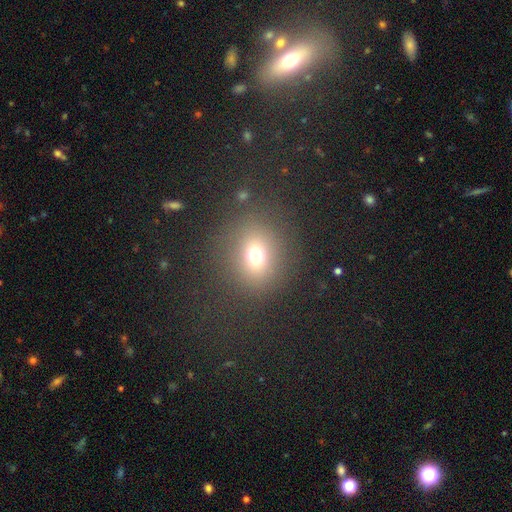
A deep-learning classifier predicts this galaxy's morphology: A smooth galaxy with no disk features (68%) that is round (77%).

Vote fractions:
- Smooth or featured? smooth: 68% / star or artifact: 21% / featured or disk: 11%
- How rounded? round: 77% / in between: 22% / cigar-shaped: 1%
- Merging? none: 80% / minor disturbance: 9% / major disturbance: 8% / merger: 3%